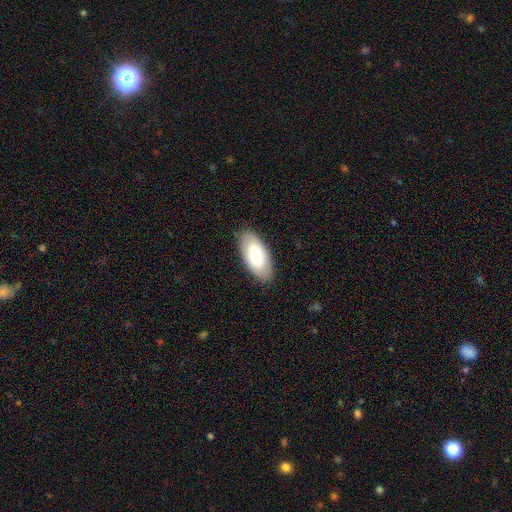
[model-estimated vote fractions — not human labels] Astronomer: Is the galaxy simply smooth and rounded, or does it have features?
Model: smooth — 72%.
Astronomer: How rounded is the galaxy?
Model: in between — 93%.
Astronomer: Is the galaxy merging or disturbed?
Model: none — 87%.